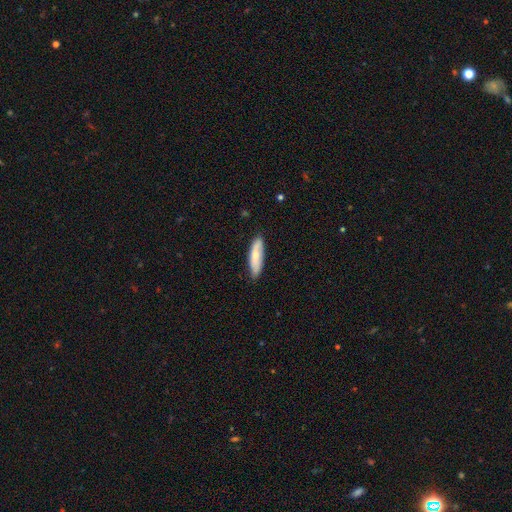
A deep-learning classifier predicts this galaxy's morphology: Smooth or featured: smooth — 67% (featured or disk — 27%)
How rounded: cigar-shaped — 53% (in between — 45%)
Merging: none — 79% (minor disturbance — 17%)